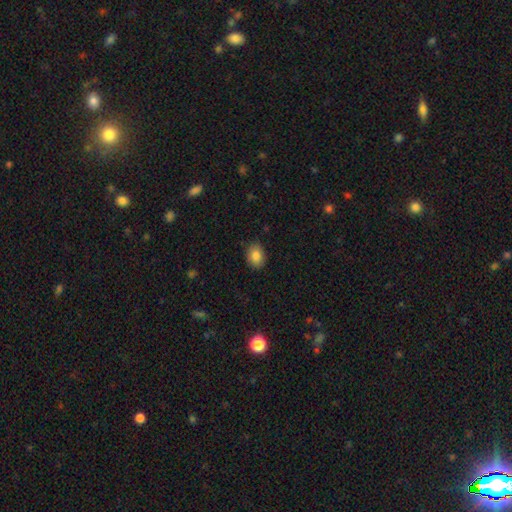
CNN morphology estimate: A smooth galaxy with no disk features (84%) that is in between round and cigar-shaped (67%). Merging: none (85%).